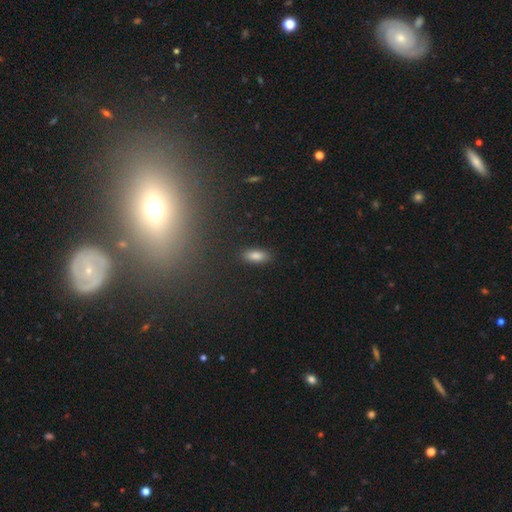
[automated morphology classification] A smooth galaxy with no disk features (77%) that is in between round and cigar-shaped (80%). Merging: none (88%).